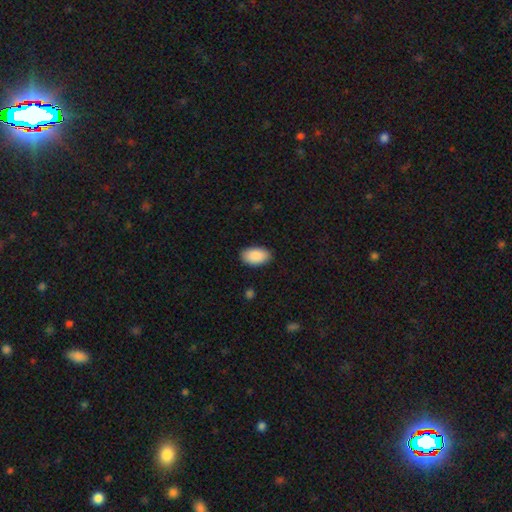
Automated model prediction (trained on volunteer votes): Smooth or featured?
  - smooth: 90% *
  - star or artifact: 6%
  - featured or disk: 4%
How rounded?
  - in between: 94% *
  - round: 4%
  - cigar-shaped: 1%
Merging?
  - none: 87% *
  - minor disturbance: 10%
  - major disturbance: 2%
  - merger: 1%